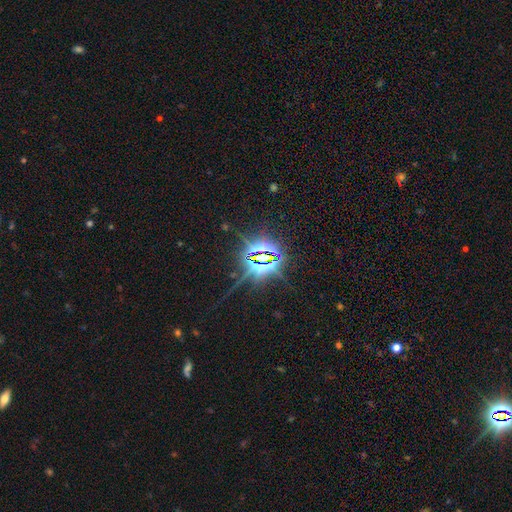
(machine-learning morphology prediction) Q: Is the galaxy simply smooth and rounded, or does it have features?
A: star or artifact — 84%.